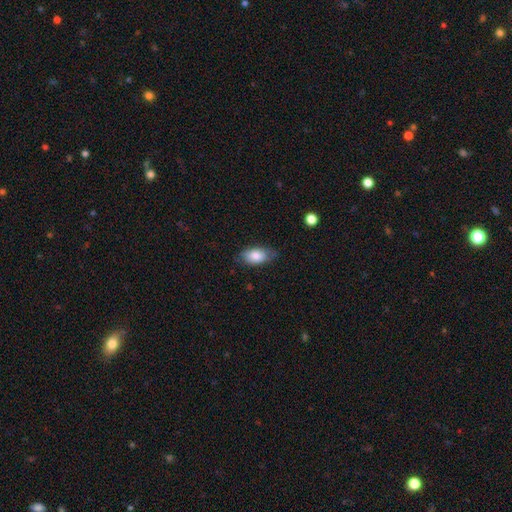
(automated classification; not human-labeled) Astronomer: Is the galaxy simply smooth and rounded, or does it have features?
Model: smooth — 80%.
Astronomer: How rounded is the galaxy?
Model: in between — 91%.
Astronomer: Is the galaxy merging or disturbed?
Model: none — 70%.